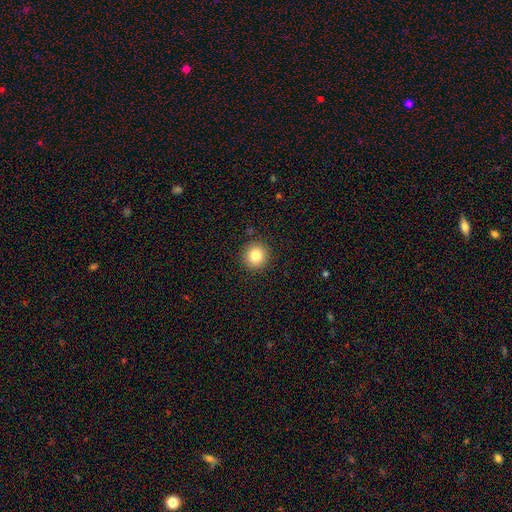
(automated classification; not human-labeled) Smooth or featured: smooth — 83% (star or artifact — 10%)
How rounded: round — 94% (in between — 5%)
Merging: none — 91% (minor disturbance — 6%)